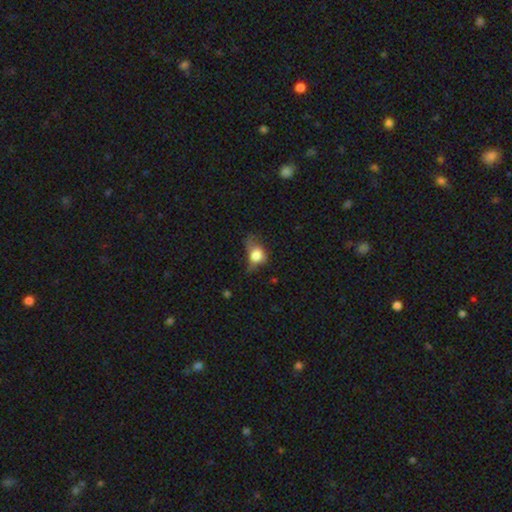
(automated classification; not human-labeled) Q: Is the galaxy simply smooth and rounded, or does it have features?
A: smooth — 72%.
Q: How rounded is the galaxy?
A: in between — 60%.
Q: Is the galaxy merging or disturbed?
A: major disturbance — 40%.